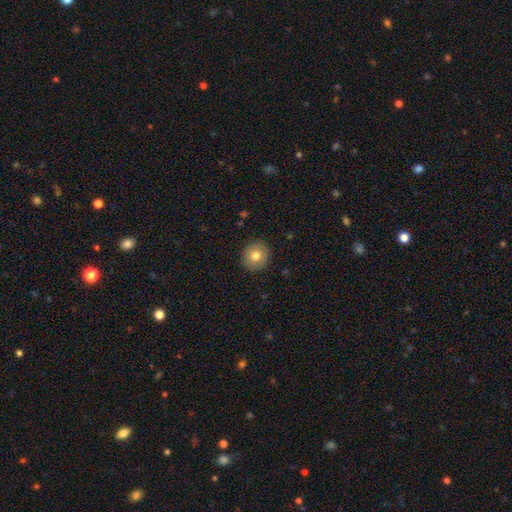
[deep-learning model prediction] Q: Smooth or featured?
A: smooth (78%); runner-up: featured or disk (13%)
Q: How rounded?
A: round (86%); runner-up: in between (13%)
Q: Merging?
A: none (90%); runner-up: minor disturbance (7%)